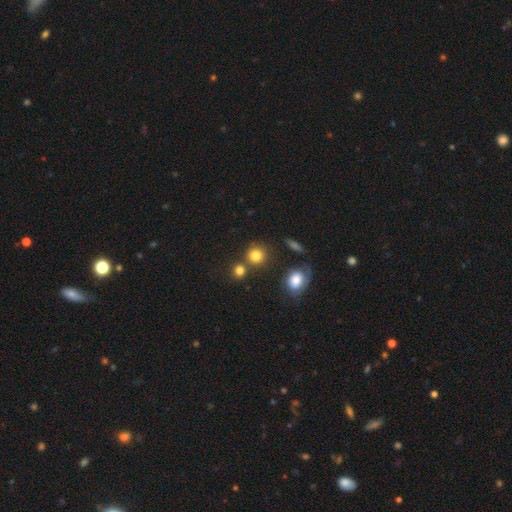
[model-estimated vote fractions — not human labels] Smooth or featured? smooth (81%)
How rounded? round (86%)
Merging? none (67%)